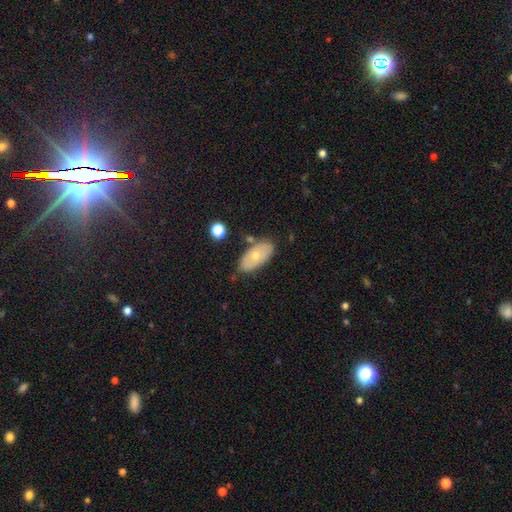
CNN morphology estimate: smooth 58%, featured or disk 35%, star or artifact 7%. Down the decision tree: how rounded — in between (92%); merging — none (73%).